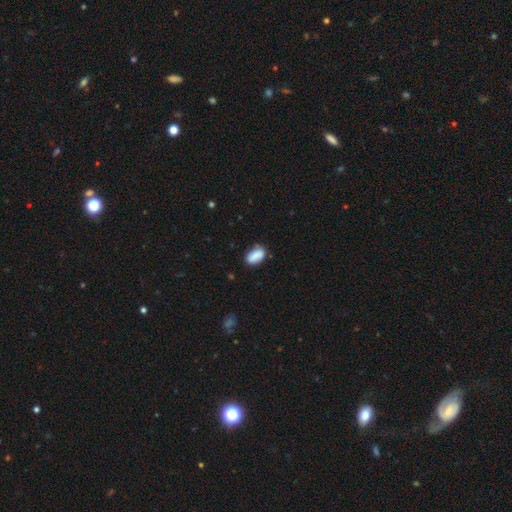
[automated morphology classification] A smooth galaxy with no disk features (85%) that is in between round and cigar-shaped (89%).

Vote fractions:
- Smooth or featured? smooth: 85% / star or artifact: 7% / featured or disk: 7%
- How rounded? in between: 89% / round: 6% / cigar-shaped: 5%
- Merging? none: 74% / minor disturbance: 19% / major disturbance: 4% / merger: 3%